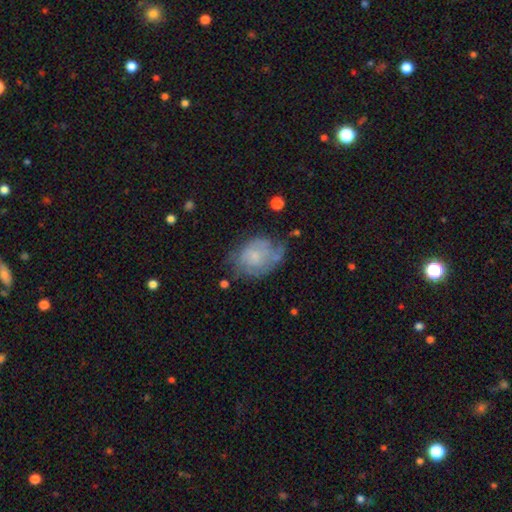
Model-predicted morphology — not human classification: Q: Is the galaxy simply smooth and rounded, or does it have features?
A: featured or disk — 53%.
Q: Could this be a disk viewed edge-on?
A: no — 97%.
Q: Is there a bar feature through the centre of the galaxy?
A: no — 76%.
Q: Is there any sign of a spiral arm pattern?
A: yes — 74%.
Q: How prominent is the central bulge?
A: small — 61%.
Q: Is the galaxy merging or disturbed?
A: none — 49%.